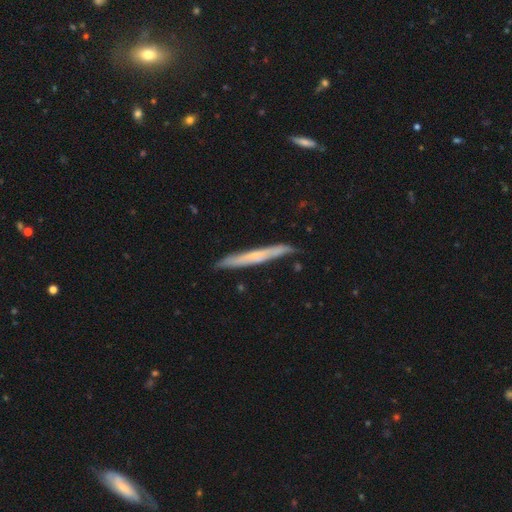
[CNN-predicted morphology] type=featured or disk (49%); merging=none (87%).